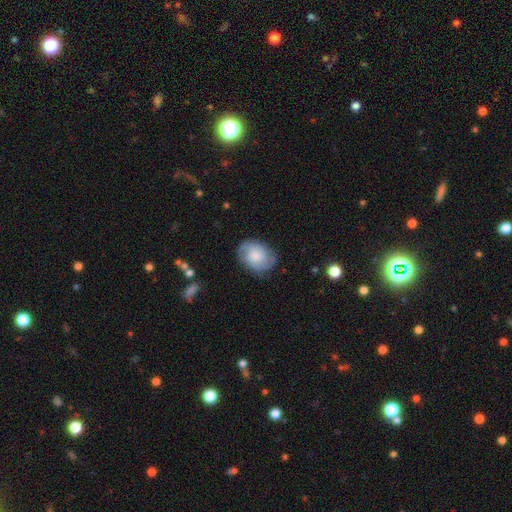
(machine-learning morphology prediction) Smooth or featured?
  - featured or disk: 49% *
  - smooth: 44%
  - star or artifact: 7%
Merging?
  - none: 75% *
  - minor disturbance: 18%
  - major disturbance: 6%
  - merger: 1%